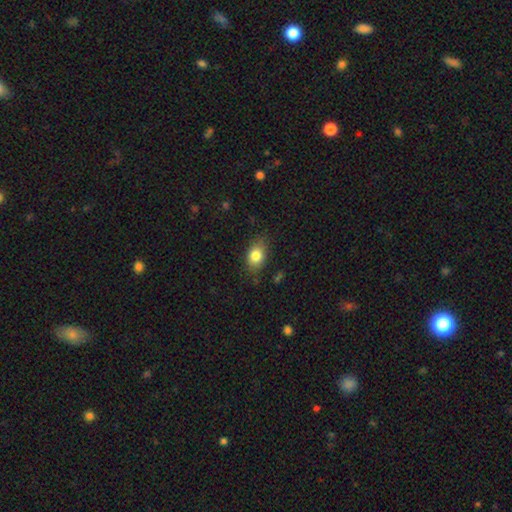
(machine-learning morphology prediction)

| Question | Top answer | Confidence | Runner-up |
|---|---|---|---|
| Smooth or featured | smooth | 82% | featured or disk (10%) |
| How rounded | in between | 78% | round (20%) |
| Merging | none | 77% | minor disturbance (17%) |